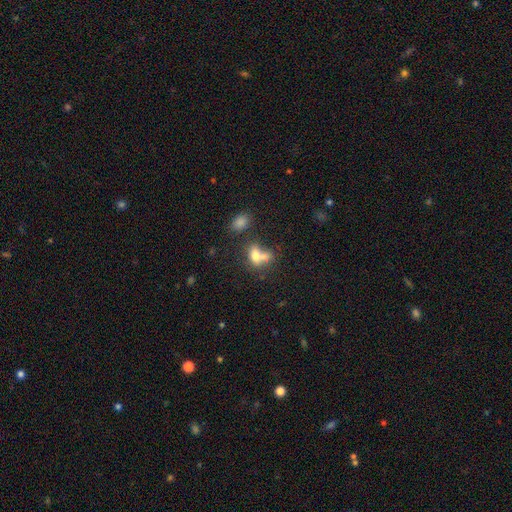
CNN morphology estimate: A smooth galaxy with no disk features (71%) that is in between round and cigar-shaped (72%).

Vote fractions:
- Smooth or featured? smooth: 71% / featured or disk: 18% / star or artifact: 11%
- How rounded? in between: 72% / round: 25% / cigar-shaped: 3%
- Merging? merger: 57% / none: 27% / minor disturbance: 10% / major disturbance: 7%